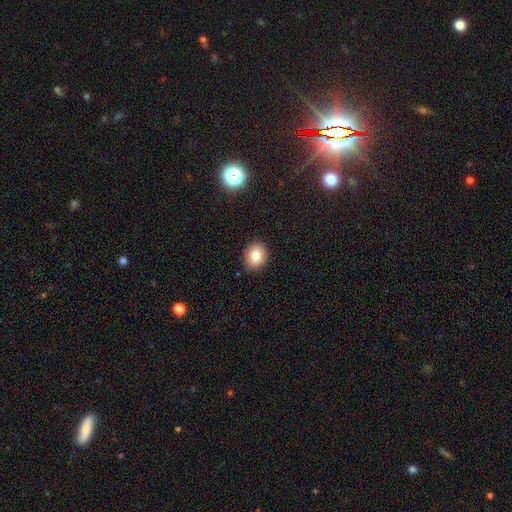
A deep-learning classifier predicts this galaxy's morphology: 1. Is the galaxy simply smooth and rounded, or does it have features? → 80% smooth, 11% star or artifact, 9% featured or disk.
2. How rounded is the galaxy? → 65% round, 34% in between, 1% cigar-shaped.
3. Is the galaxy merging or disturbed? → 87% none, 10% minor disturbance, 2% major disturbance, 1% merger.